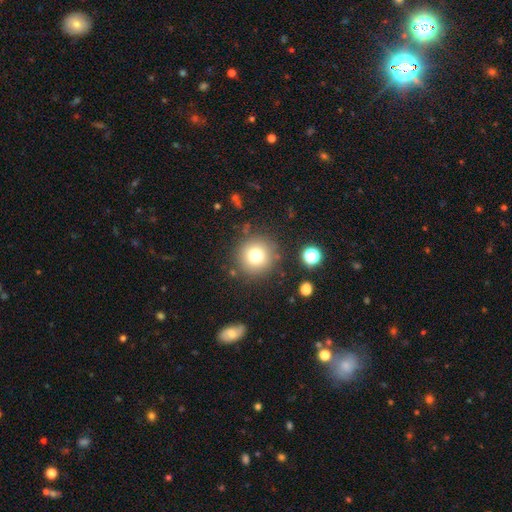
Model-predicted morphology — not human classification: A smooth galaxy with no disk features (76%) that is round (95%).

Vote fractions:
- Smooth or featured? smooth: 76% / star or artifact: 13% / featured or disk: 11%
- How rounded? round: 95% / in between: 4% / cigar-shaped: 1%
- Merging? none: 85% / minor disturbance: 8% / major disturbance: 4% / merger: 3%